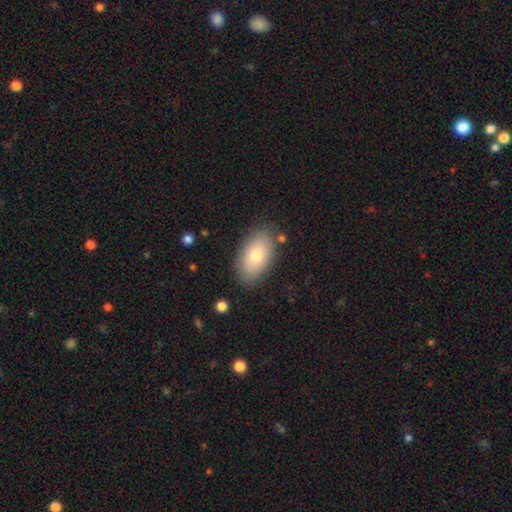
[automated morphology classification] smooth_or_featured: smooth (p=0.78) [alt: featured or disk p=0.15]
how_rounded: in between (p=0.94) [alt: round p=0.04]
merging: none (p=0.84) [alt: minor disturbance p=0.11]